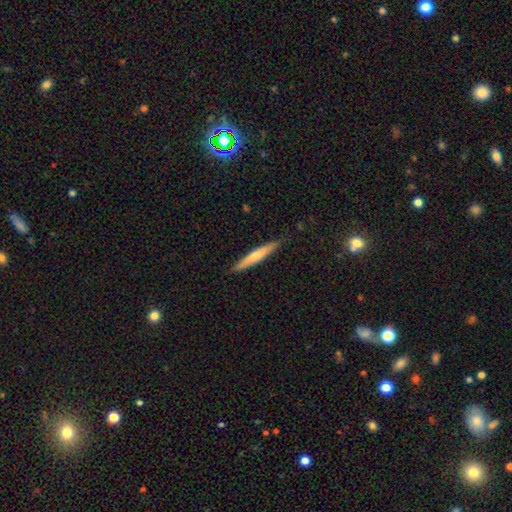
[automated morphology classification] smooth_or_featured: smooth (p=0.55) [alt: featured or disk p=0.39]
how_rounded: cigar-shaped (p=0.94) [alt: in between p=0.05]
merging: none (p=0.88) [alt: minor disturbance p=0.09]